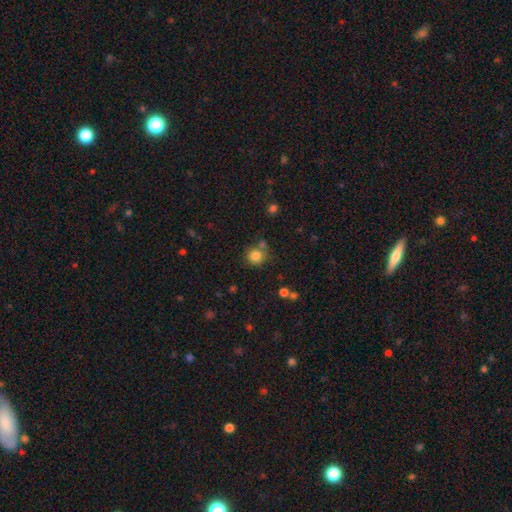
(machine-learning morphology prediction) A smooth galaxy with no disk features (82%) that is round (90%). Merging: none (68%).